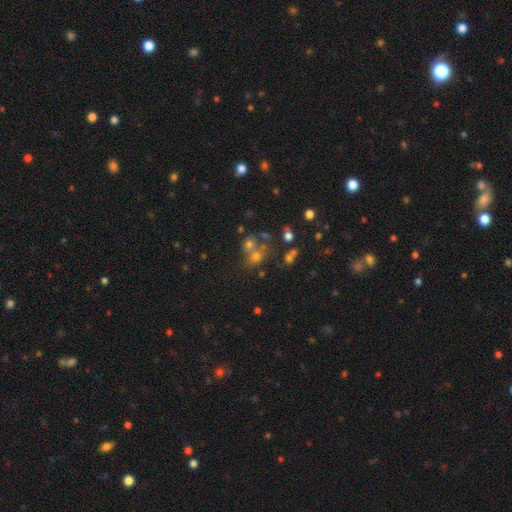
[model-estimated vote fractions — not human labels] Smooth or featured?
  - smooth: 48% *
  - star or artifact: 33%
  - featured or disk: 19%
Merging?
  - merger: 42% * (tied)
  - none: 42% * (tied)
  - minor disturbance: 9%
  - major disturbance: 7%